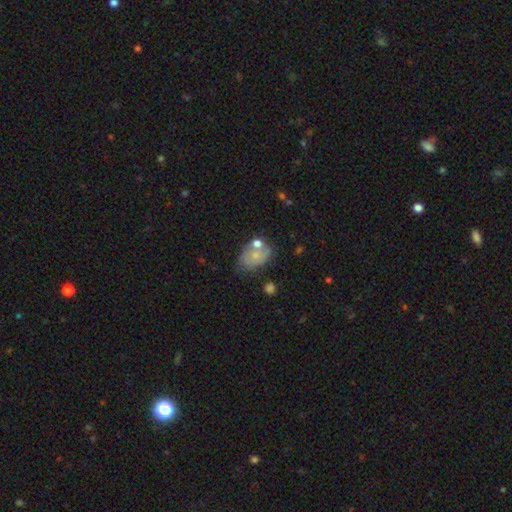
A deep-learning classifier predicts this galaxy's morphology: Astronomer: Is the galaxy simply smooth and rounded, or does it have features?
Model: smooth — 52% (runner-up: featured or disk, 38%).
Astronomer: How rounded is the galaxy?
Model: in between — 76%.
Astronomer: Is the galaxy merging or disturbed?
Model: none — 42% (runner-up: minor disturbance, 25%).